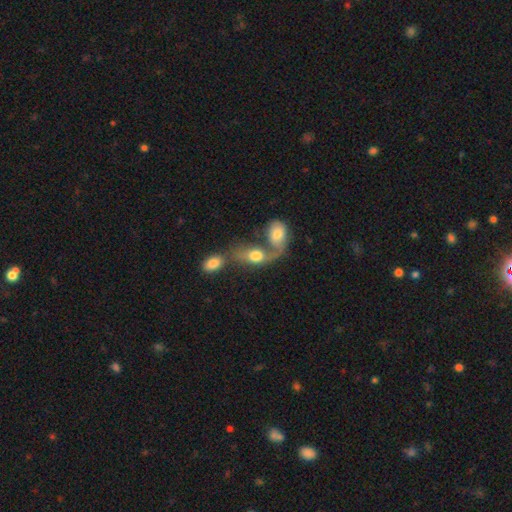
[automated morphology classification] type=smooth (57%); roundness=in between (81%); merging=merger (66%).